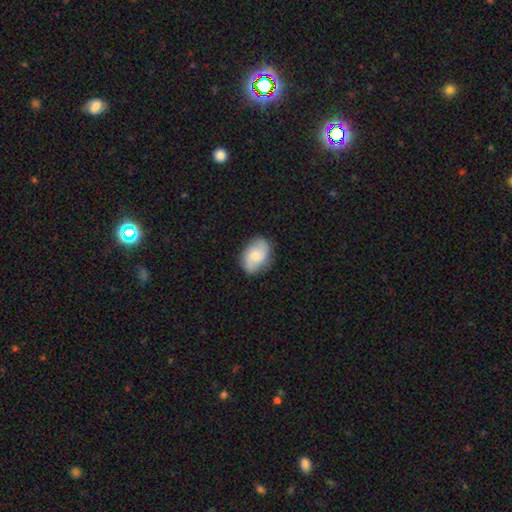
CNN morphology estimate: A smooth galaxy with no disk features (50%). Merging: none (80%).